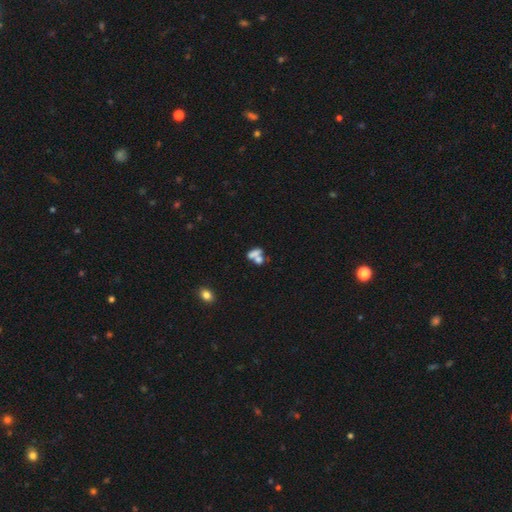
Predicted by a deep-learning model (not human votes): A smooth galaxy with no disk features (63%) that is in between round and cigar-shaped (64%).

Vote fractions:
- Smooth or featured? smooth: 63% / featured or disk: 23% / star or artifact: 14%
- How rounded? in between: 64% / round: 28% / cigar-shaped: 8%
- Merging? merger: 57% / none: 28% / minor disturbance: 8% / major disturbance: 7%